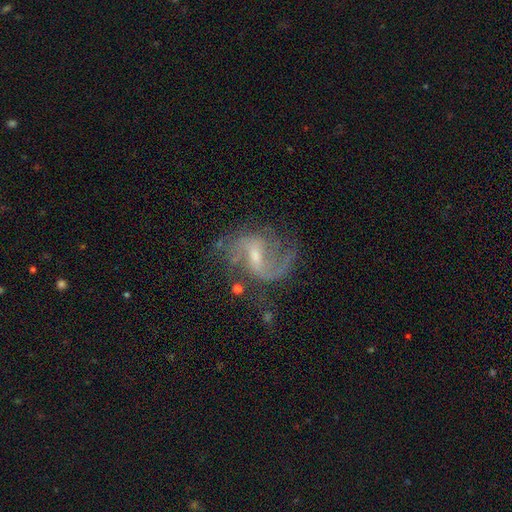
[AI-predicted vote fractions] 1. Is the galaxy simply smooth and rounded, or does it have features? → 88% featured or disk, 7% star or artifact, 6% smooth.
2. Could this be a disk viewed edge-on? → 98% no, 2% yes.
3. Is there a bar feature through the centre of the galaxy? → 61% weak, 21% strong, 19% no.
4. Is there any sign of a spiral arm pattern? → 96% yes, 4% no.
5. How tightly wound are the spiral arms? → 45% medium (tied), 45% loose (tied), 11% tight.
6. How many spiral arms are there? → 71% 2, 11% 1, 7% can't tell, 6% 3, 2% 4, 2% more than 4.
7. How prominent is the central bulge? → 52% small, 39% moderate, 6% none, 2% large, 1% dominant.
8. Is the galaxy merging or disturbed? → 60% none, 19% minor disturbance, 18% major disturbance, 3% merger.